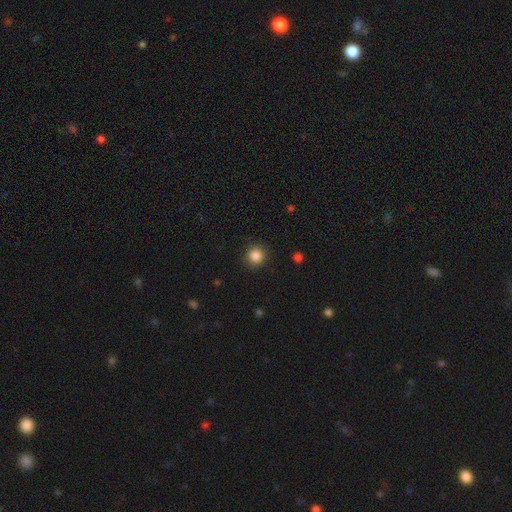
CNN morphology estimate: A smooth galaxy with no disk features (86%) that is round (92%). Merging: none (90%).